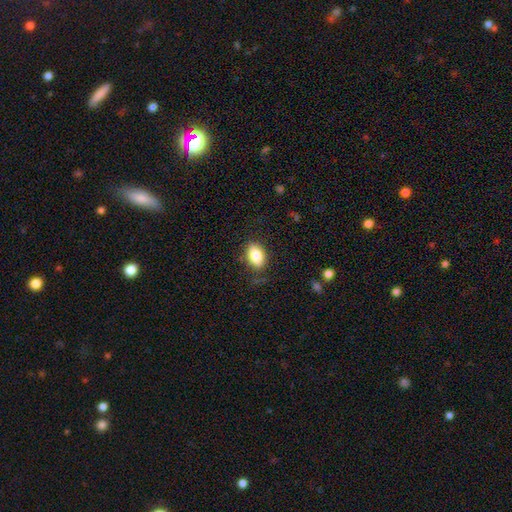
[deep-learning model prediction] smooth-or-featured: smooth: 83% | featured or disk: 9% | star or artifact: 8%
  how-rounded: in between: 87% | round: 11% | cigar-shaped: 2%
  merging: none: 83% | minor disturbance: 12% | major disturbance: 3% | merger: 1%